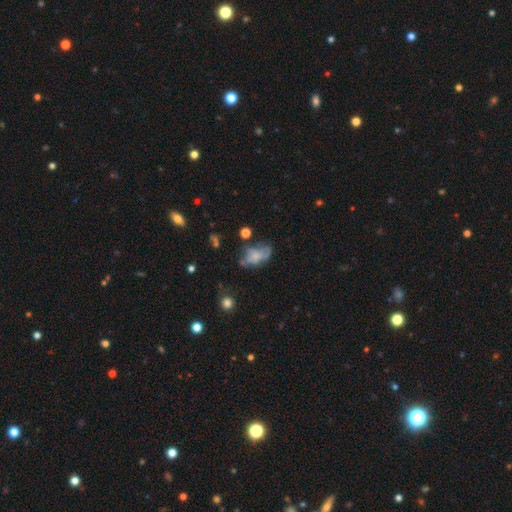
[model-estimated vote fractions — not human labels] The model was most divided on "merging": none: 33%, major disturbance: 29%, minor disturbance: 28%, merger: 10%. Remaining: smooth or featured — smooth (47%).